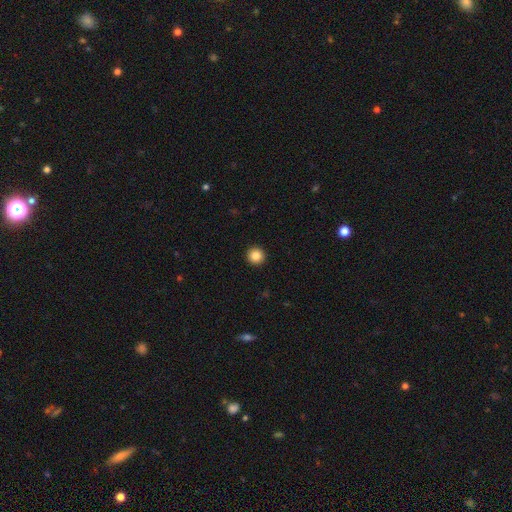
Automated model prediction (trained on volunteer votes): smooth_or_featured: smooth (p=0.86) [alt: star or artifact p=0.10]
how_rounded: round (p=0.96) [alt: in between p=0.03]
merging: none (p=0.94) [alt: minor disturbance p=0.04]